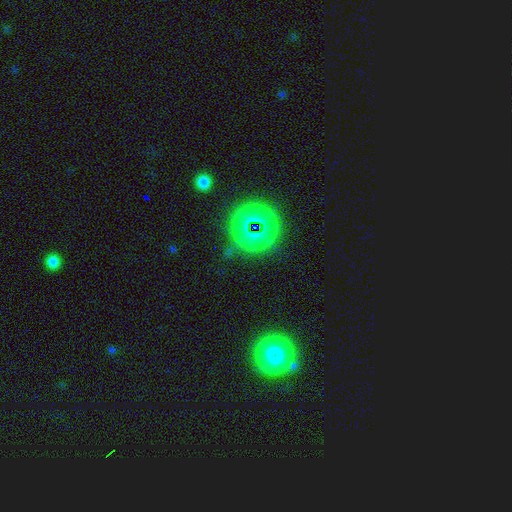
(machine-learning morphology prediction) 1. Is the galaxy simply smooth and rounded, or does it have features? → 74% star or artifact, 17% smooth, 9% featured or disk.